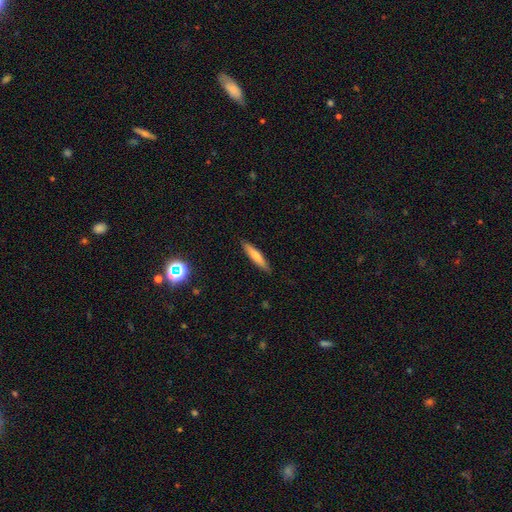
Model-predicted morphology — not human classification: The model was most divided on "smooth or featured": smooth: 73%, featured or disk: 21%, star or artifact: 6%. More confident: merging — none (89%); how rounded — cigar-shaped (88%).